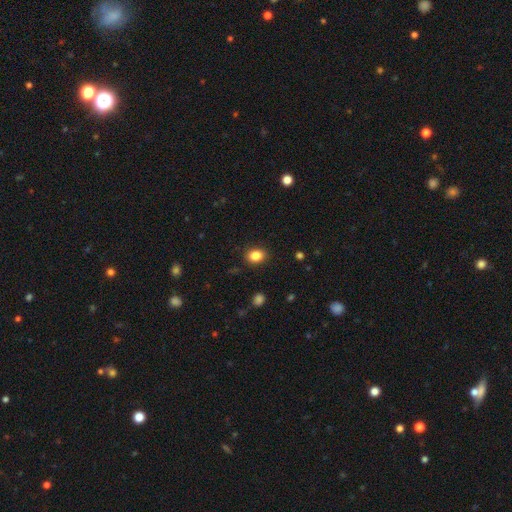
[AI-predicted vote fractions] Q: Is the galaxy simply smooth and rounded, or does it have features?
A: smooth — 86%.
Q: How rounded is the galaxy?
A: in between — 62%.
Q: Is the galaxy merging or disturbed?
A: none — 89%.